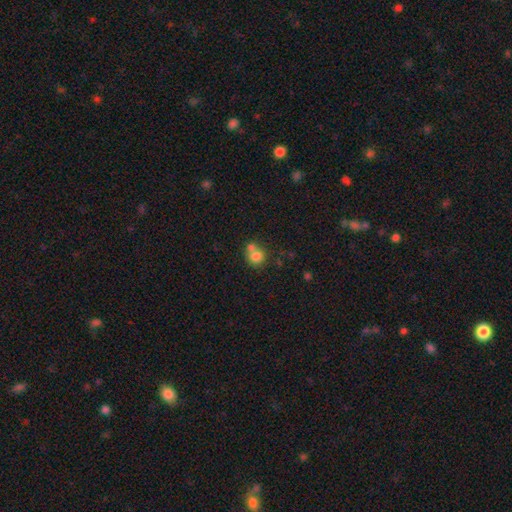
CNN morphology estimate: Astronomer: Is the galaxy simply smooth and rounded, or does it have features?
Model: smooth — 78%.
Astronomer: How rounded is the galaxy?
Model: round — 84%.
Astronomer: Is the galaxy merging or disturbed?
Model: merger — 46% (runner-up: none, 43%).